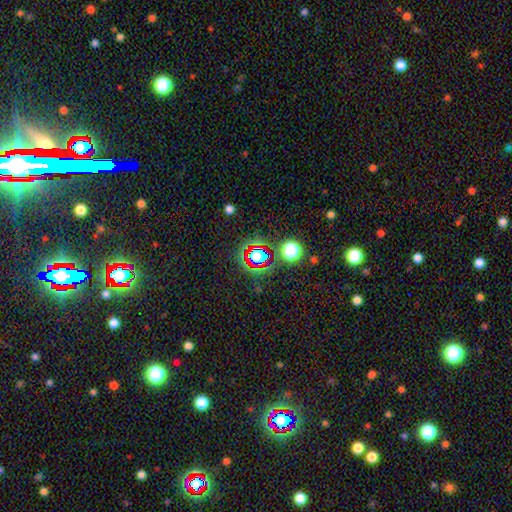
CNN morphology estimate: type=star or artifact (64%).